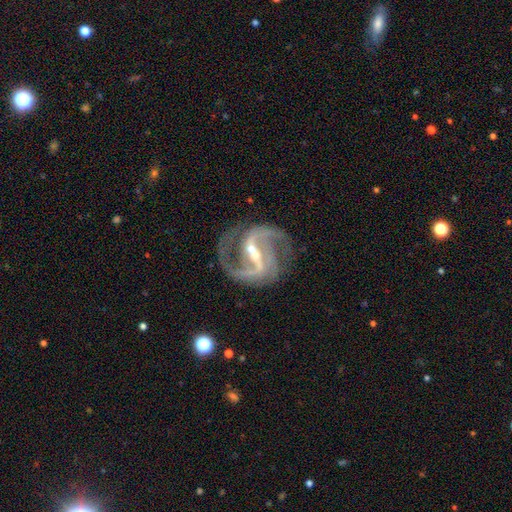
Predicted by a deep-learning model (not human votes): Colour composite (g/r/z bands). It shows a featured or disk galaxy (92%) with a strong bar (66%), 2 (84%) medium (59%) spiral arms (98%) and a small central bulge (67%). Merging: none (69%).